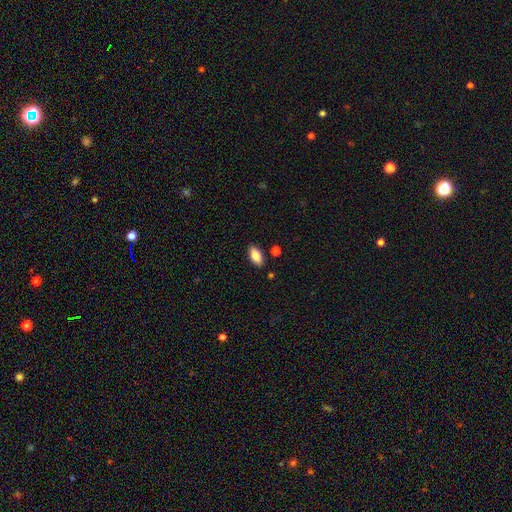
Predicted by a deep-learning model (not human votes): smooth 82%, featured or disk 11%, star or artifact 7%. Down the decision tree: how rounded — in between (90%); merging — none (86%).